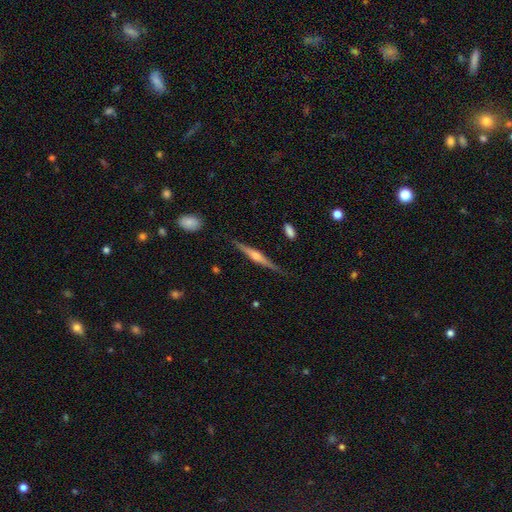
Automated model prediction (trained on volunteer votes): smooth_or_featured: featured or disk (p=0.74) [alt: smooth p=0.19]
disk_edge_on: yes (p=0.98) [alt: no p=0.02]
edge_on_bulge: rounded (p=0.79) [alt: boxy p=0.15]
merging: none (p=0.86) [alt: minor disturbance p=0.11]